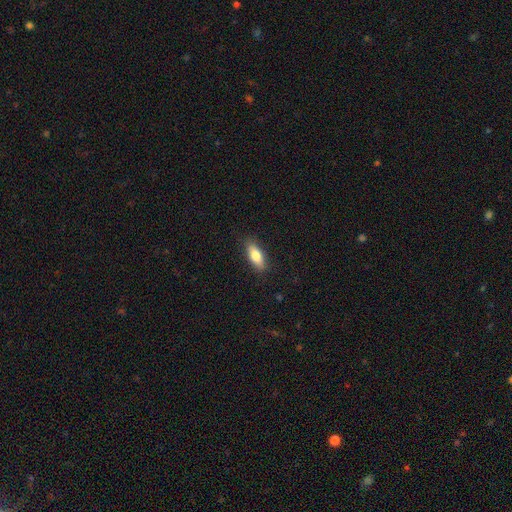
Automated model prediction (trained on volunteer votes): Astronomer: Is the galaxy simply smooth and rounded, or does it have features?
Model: smooth — 76%.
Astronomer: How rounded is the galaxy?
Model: in between — 70%.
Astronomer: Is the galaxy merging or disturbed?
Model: none — 86%.